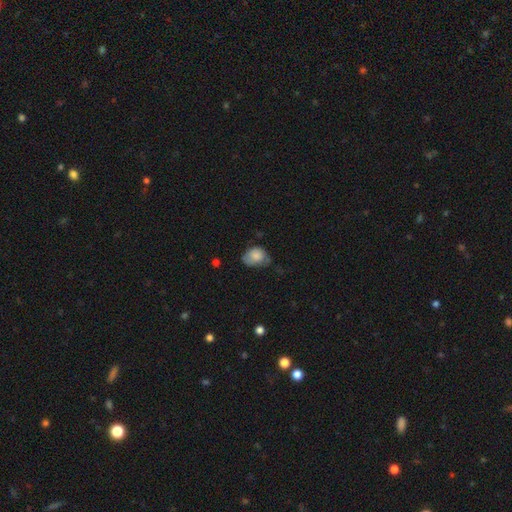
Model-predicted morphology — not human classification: smooth-or-featured: smooth: 79% | featured or disk: 14% | star or artifact: 8%
  how-rounded: in between: 68% | round: 31% | cigar-shaped: 1%
  merging: minor disturbance: 44% | none: 37% | major disturbance: 17% | merger: 3%